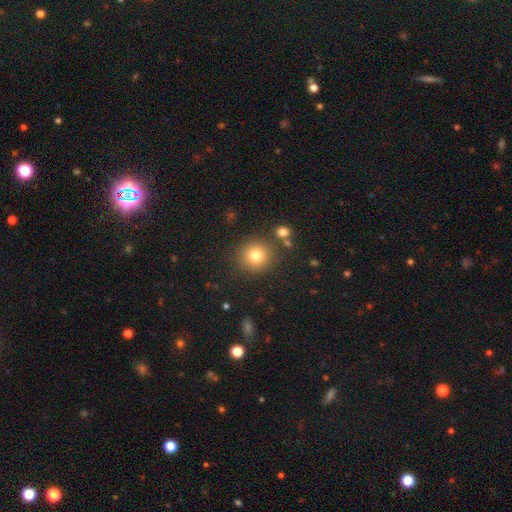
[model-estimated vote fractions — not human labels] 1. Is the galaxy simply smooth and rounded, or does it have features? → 80% smooth, 12% star or artifact, 8% featured or disk.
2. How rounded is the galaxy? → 90% round, 9% in between, 1% cigar-shaped.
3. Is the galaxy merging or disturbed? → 84% none, 8% minor disturbance, 5% merger, 3% major disturbance.